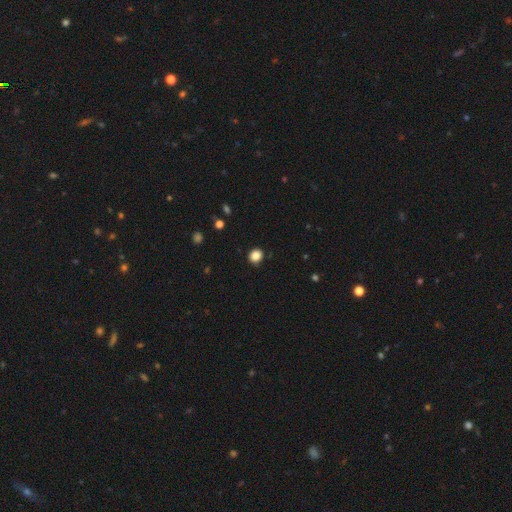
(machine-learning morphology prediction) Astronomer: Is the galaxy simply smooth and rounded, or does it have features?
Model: smooth — 86%.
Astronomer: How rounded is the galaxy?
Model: round — 76%.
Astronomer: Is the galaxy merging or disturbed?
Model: none — 90%.